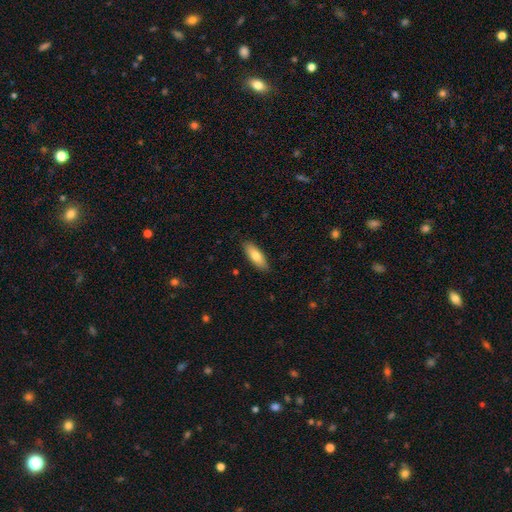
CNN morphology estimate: A smooth galaxy with no disk features (78%) that is in between round and cigar-shaped (67%).

Vote fractions:
- Smooth or featured? smooth: 78% / featured or disk: 17% / star or artifact: 6%
- How rounded? in between: 67% / cigar-shaped: 31% / round: 2%
- Merging? none: 88% / minor disturbance: 10% / major disturbance: 2% / merger: 1%